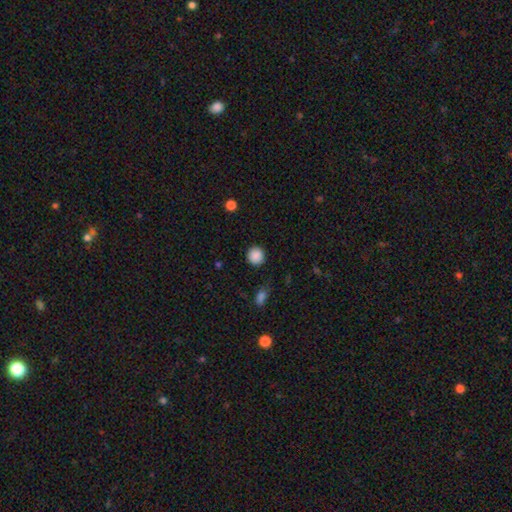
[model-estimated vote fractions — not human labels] This appears to be a smooth galaxy with no disk features (88%) that is round (92%). Merging: none (90%).